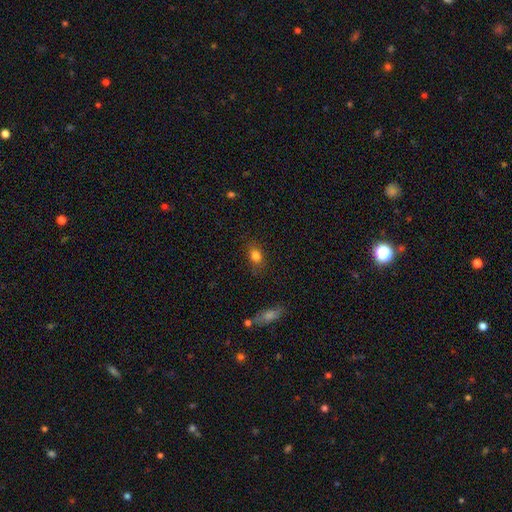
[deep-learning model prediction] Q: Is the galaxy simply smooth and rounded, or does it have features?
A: smooth — 81%.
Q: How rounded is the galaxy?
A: in between — 63%.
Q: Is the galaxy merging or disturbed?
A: none — 79%.